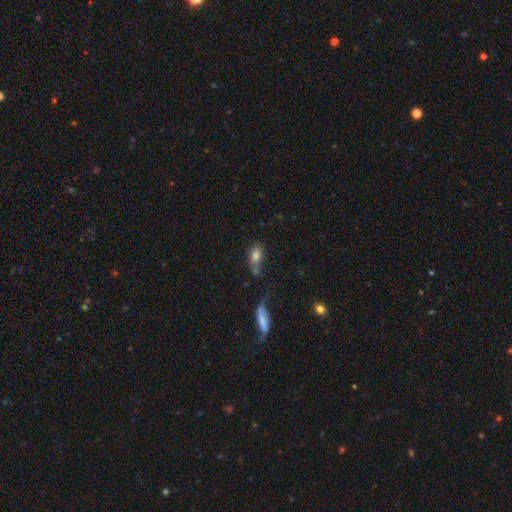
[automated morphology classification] Overall: smooth (78%). How rounded: in between (83%). Merging: none (42%; merger 22%).